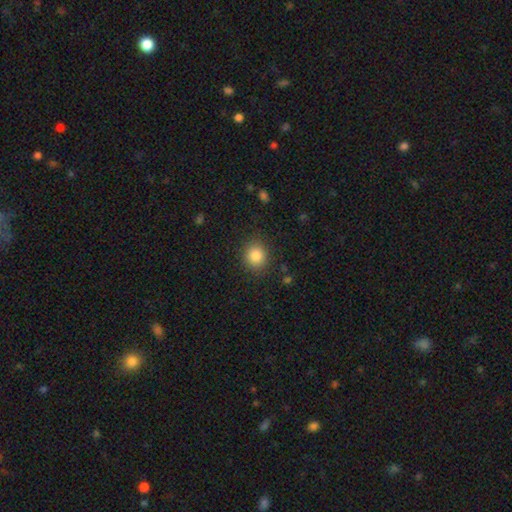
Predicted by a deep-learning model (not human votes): This is clearly a smooth galaxy (85%). How rounded: likely round (80%). Merging: clearly none (87%).